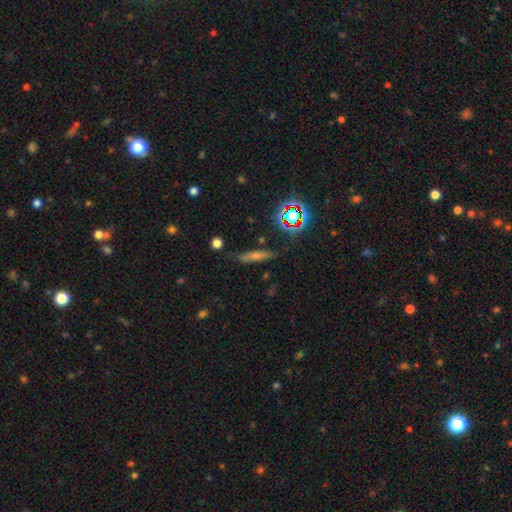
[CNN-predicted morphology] Smooth or featured?
  - smooth: 49% *
  - featured or disk: 30%
  - star or artifact: 21%
Merging?
  - none: 80% *
  - minor disturbance: 14%
  - major disturbance: 4%
  - merger: 3%